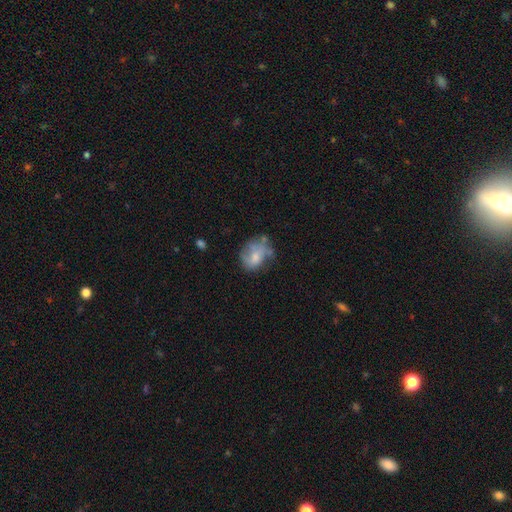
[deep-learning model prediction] Smooth or featured? smooth (53%)
How rounded? in between (56%)
Merging? none (41%)